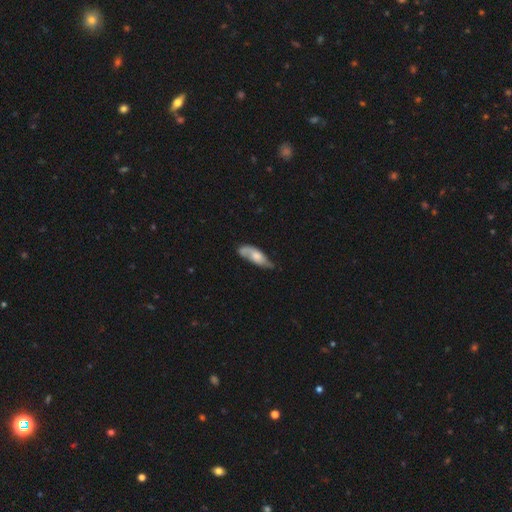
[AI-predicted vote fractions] Smooth or featured?
  - featured or disk: 51% *
  - smooth: 43%
  - star or artifact: 6%
Edge-on disk?
  - no: 80% *
  - yes: 20%
Merging?
  - none: 51% *
  - minor disturbance: 31%
  - major disturbance: 14%
  - merger: 4%